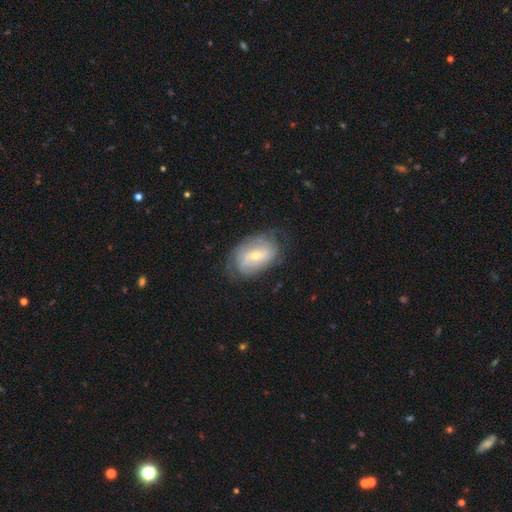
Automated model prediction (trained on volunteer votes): Overall: featured or disk (71%). Edge-on disk: no (95%). Bar: weak (43%; no 40%). Spiral arms: yes (81%). Spiral arm count: can't tell (45%; 2 32%). Spiral winding: tight (56%; medium 30%). Bulge size: small (51%; moderate 46%). Merging: none (70%).